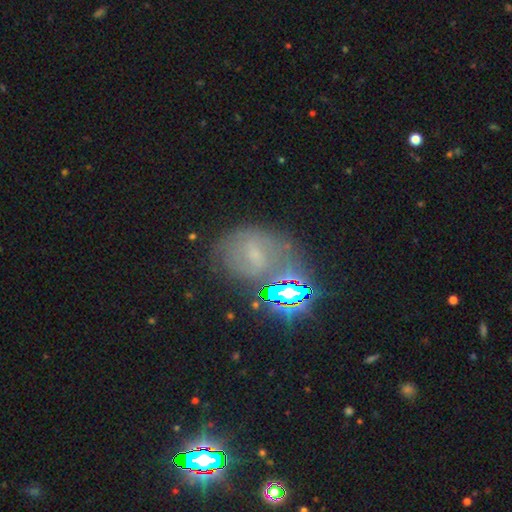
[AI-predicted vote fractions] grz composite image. It shows a featured or disk galaxy (40%). Merging: none (57%).